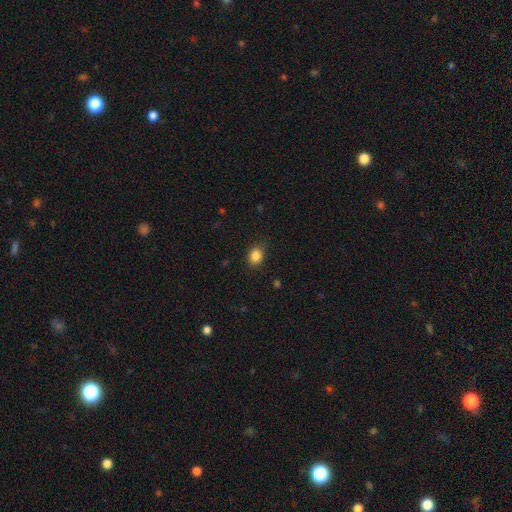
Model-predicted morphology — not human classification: smooth_or_featured: smooth (p=0.86) [alt: star or artifact p=0.10]
how_rounded: in between (p=0.57) [alt: round p=0.42]
merging: none (p=0.84) [alt: minor disturbance p=0.12]